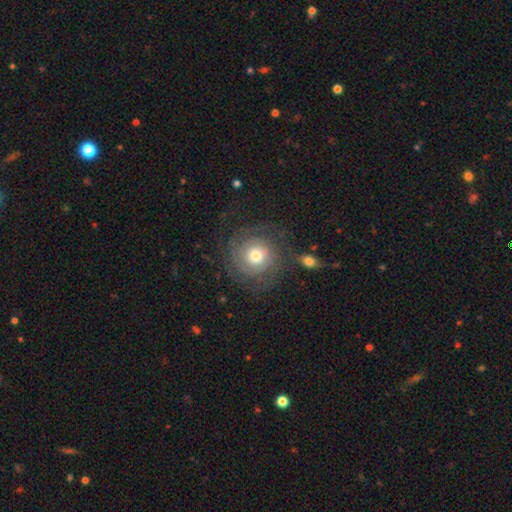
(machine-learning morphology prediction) This is likely a featured or disk galaxy (67%). It is clearly not viewed edge-on (97%). Bar: clearly no (82%). Spiral arm pattern: clearly yes (87%). Spiral arm count: marginally can't tell (39%). Spiral winding: likely tight (73%). Central bulge: likely moderate (66%). Merging: likely none (73%).